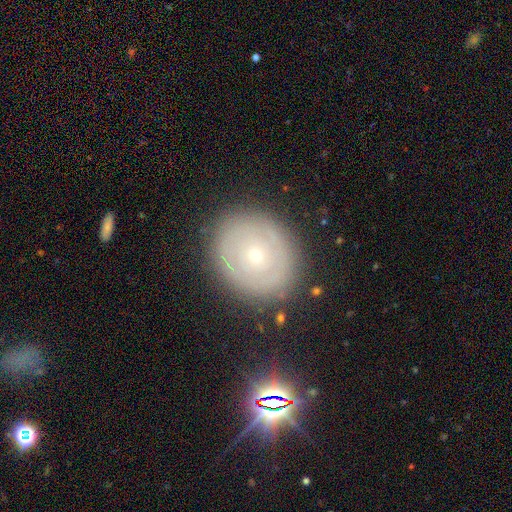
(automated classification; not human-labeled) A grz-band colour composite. It shows a featured or disk galaxy (57%) with no bar (88%), no spiral arms (60%) and a small central bulge (75%). Merging: none (85%).